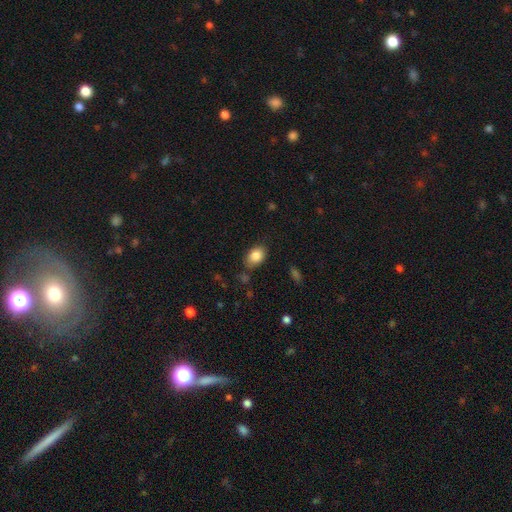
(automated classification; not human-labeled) This appears to be a smooth galaxy with no disk features (85%) that is in between round and cigar-shaped (84%). Merging: none (76%).